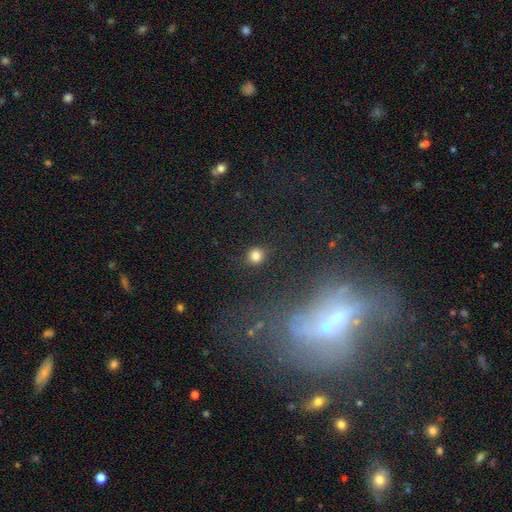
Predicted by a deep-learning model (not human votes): Smooth or featured? smooth (83%)
How rounded? round (84%)
Merging? none (87%)